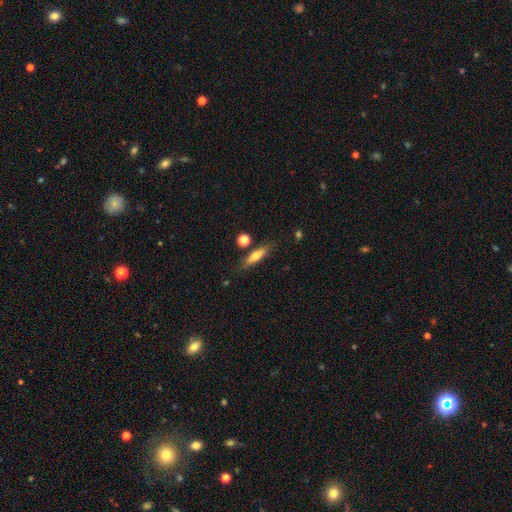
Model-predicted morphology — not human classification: smooth_or_featured: smooth (p=0.67) [alt: featured or disk p=0.26]
how_rounded: cigar-shaped (p=0.70) [alt: in between p=0.27]
merging: none (p=0.78) [alt: minor disturbance p=0.13]